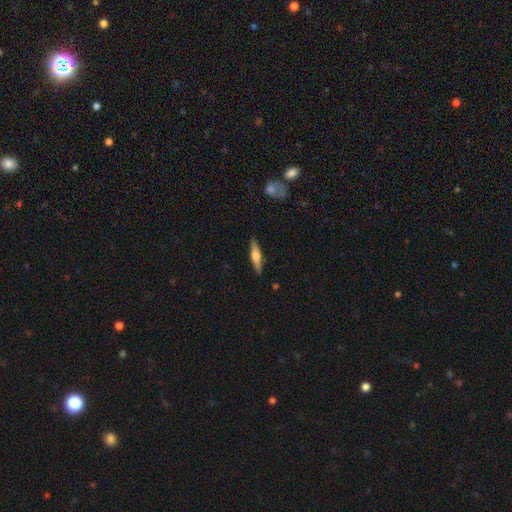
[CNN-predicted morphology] This appears to be a featured or disk galaxy (52%) viewed edge-on (95%). Merging: none (89%).